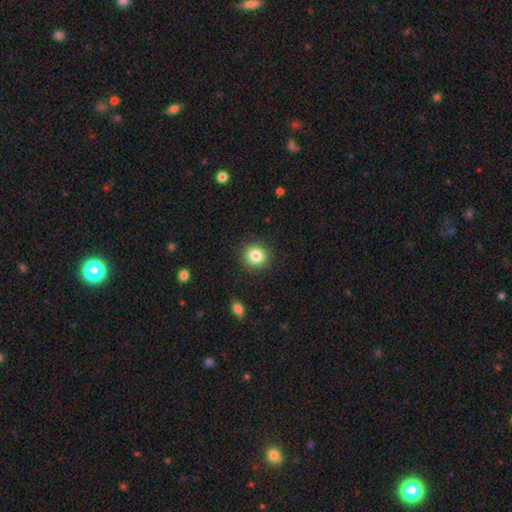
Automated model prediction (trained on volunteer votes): Smooth or featured?
  - smooth: 83% *
  - star or artifact: 10%
  - featured or disk: 6%
How rounded?
  - round: 90% *
  - in between: 9%
  - cigar-shaped: 1%
Merging?
  - none: 89% *
  - minor disturbance: 7%
  - major disturbance: 2%
  - merger: 1%